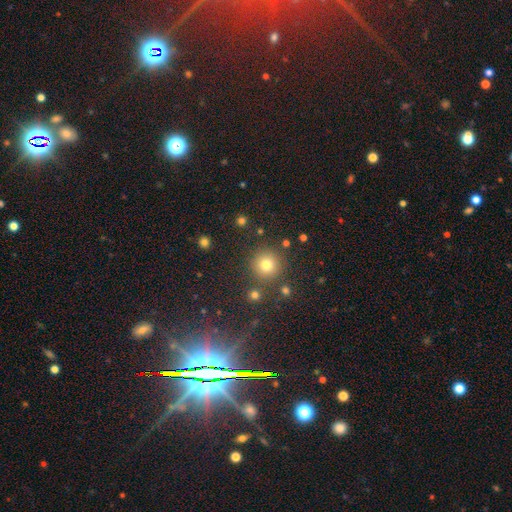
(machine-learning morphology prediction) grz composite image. It shows a star or artifact, not a galaxy (57%).